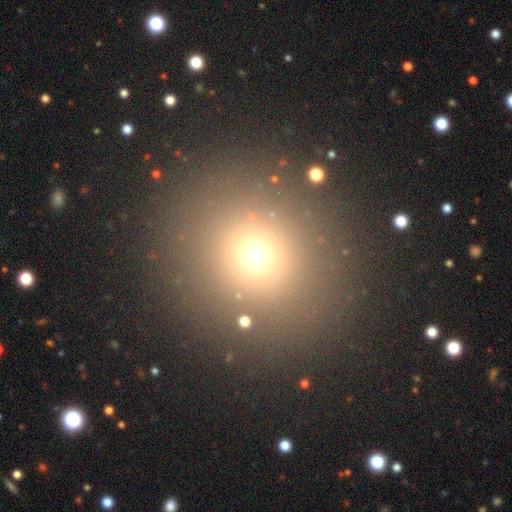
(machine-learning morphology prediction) Smooth or featured?
  - smooth: 65% *
  - star or artifact: 27%
  - featured or disk: 8%
How rounded?
  - round: 89% *
  - in between: 10%
  - cigar-shaped: 1%
Merging?
  - none: 87% *
  - minor disturbance: 6%
  - major disturbance: 4%
  - merger: 3%